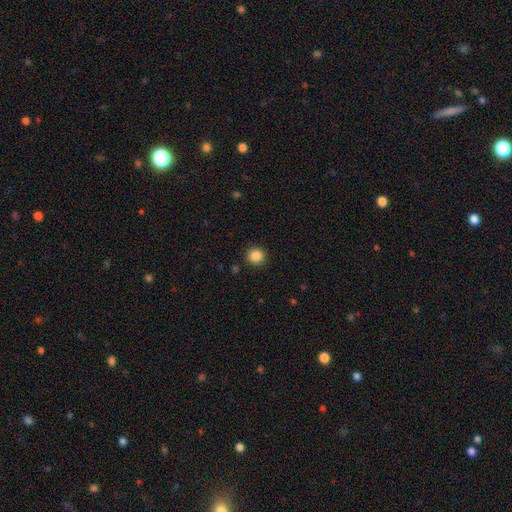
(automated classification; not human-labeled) smooth_or_featured: smooth (p=0.86) [alt: star or artifact p=0.10]
how_rounded: round (p=0.92) [alt: in between p=0.07]
merging: none (p=0.91) [alt: minor disturbance p=0.06]